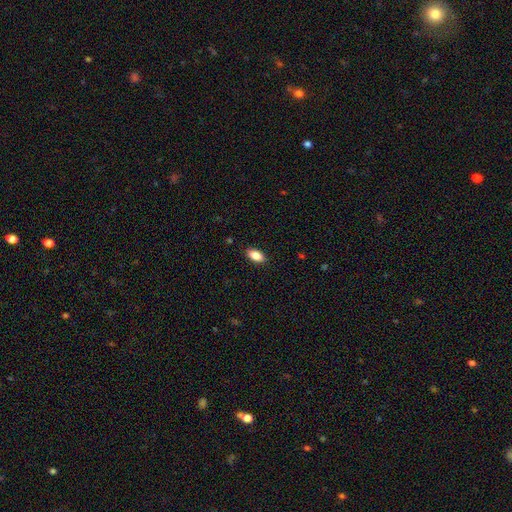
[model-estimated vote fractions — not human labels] Smooth or featured? smooth (88%)
How rounded? in between (91%)
Merging? none (88%)